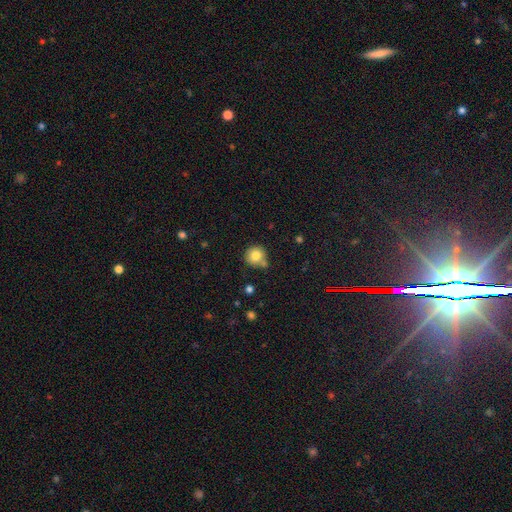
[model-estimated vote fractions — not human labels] A smooth galaxy with no disk features (79%) that is round (92%).

Vote fractions:
- Smooth or featured? smooth: 79% / star or artifact: 11% / featured or disk: 10%
- How rounded? round: 92% / in between: 7% / cigar-shaped: 1%
- Merging? none: 68% / merger: 15% / minor disturbance: 14% / major disturbance: 3%